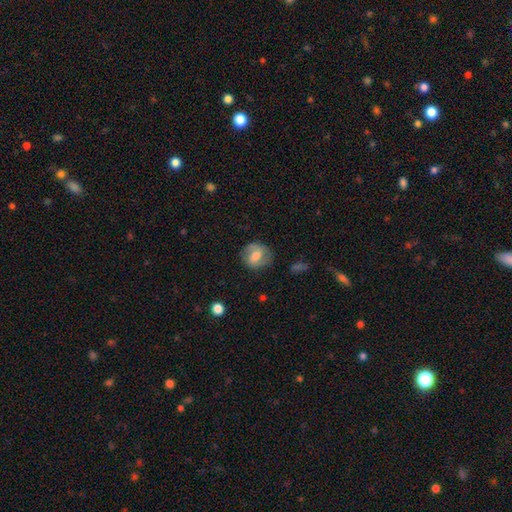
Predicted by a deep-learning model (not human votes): Overall: smooth (50%; featured or disk 42%). How rounded: round (69%). Merging: none (76%).